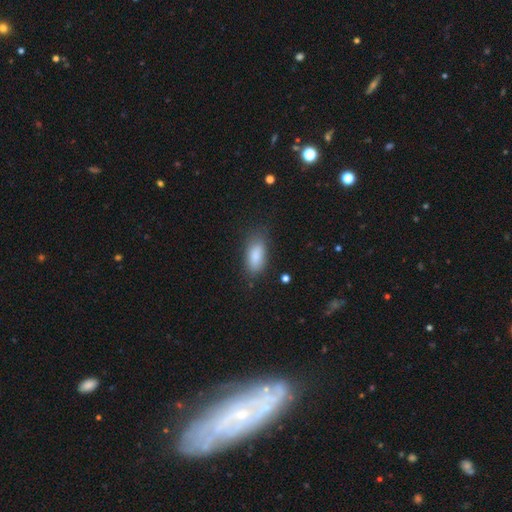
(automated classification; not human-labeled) This is clearly a smooth galaxy (86%). How rounded: clearly in between (85%). Merging: likely none (74%).